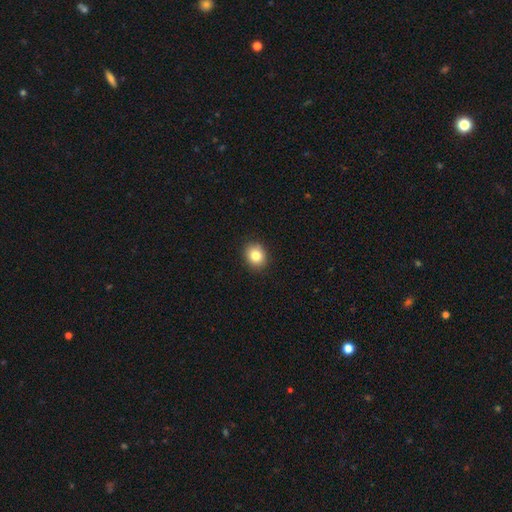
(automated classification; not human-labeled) This is clearly a smooth galaxy (83%). How rounded: likely round (65%). Merging: clearly none (90%).